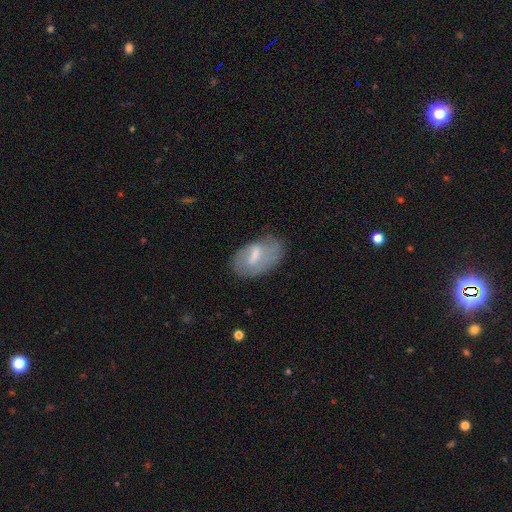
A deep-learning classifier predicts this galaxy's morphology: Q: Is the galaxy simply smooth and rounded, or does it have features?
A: smooth — 52%.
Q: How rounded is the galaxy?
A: in between — 91%.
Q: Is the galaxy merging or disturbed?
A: none — 57%.